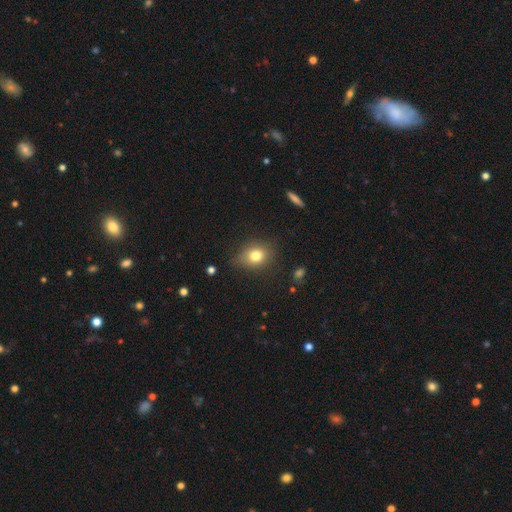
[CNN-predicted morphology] smooth_or_featured: smooth (p=0.77) [alt: star or artifact p=0.12]
how_rounded: round (p=0.50) [alt: in between p=0.48]
merging: none (p=0.74) [alt: minor disturbance p=0.20]